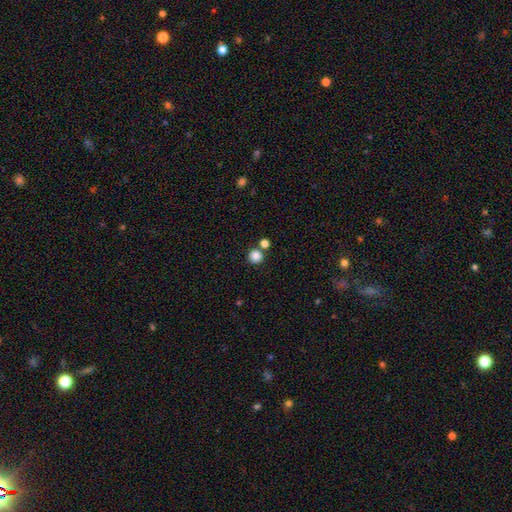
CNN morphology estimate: Smooth or featured?
  - smooth: 84% *
  - star or artifact: 12%
  - featured or disk: 4%
How rounded?
  - round: 94% *
  - in between: 5%
  - cigar-shaped: 1%
Merging?
  - none: 77% *
  - merger: 14%
  - minor disturbance: 6%
  - major disturbance: 3%